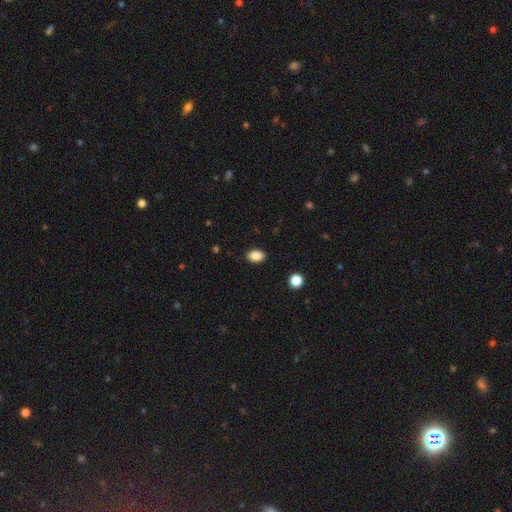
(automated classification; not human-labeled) This is clearly a smooth galaxy (88%). How rounded: clearly in between (85%). Merging: clearly none (88%).